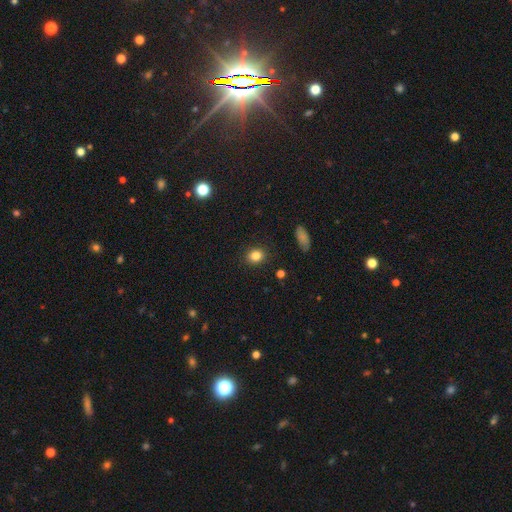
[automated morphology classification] Q: Smooth or featured?
A: smooth (83%); runner-up: star or artifact (11%)
Q: How rounded?
A: round (67%); runner-up: in between (32%)
Q: Merging?
A: none (89%); runner-up: minor disturbance (8%)